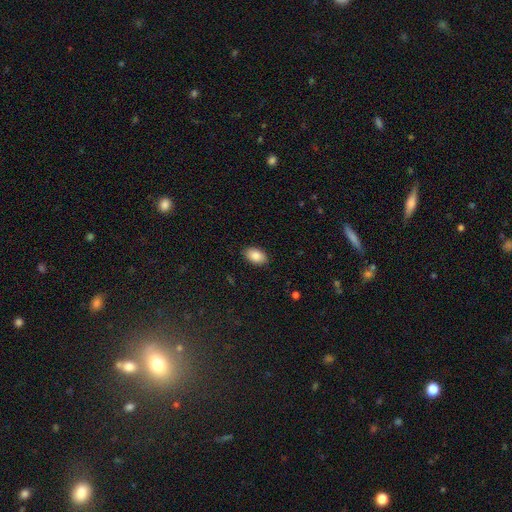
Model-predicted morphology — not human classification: smooth_or_featured: smooth (p=0.87) [alt: star or artifact p=0.07]
how_rounded: in between (p=0.91) [alt: round p=0.07]
merging: none (p=0.88) [alt: minor disturbance p=0.09]